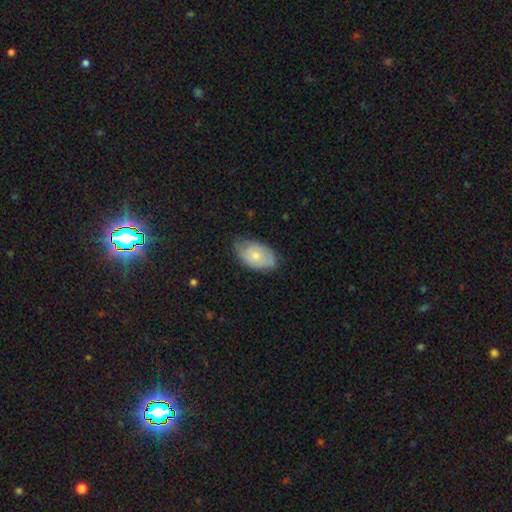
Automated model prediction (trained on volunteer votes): smooth-or-featured: smooth: 61% | featured or disk: 33% | star or artifact: 6%
  how-rounded: in between: 90% | round: 8% | cigar-shaped: 1%
  merging: none: 59% | minor disturbance: 33% | major disturbance: 7% | merger: 1%